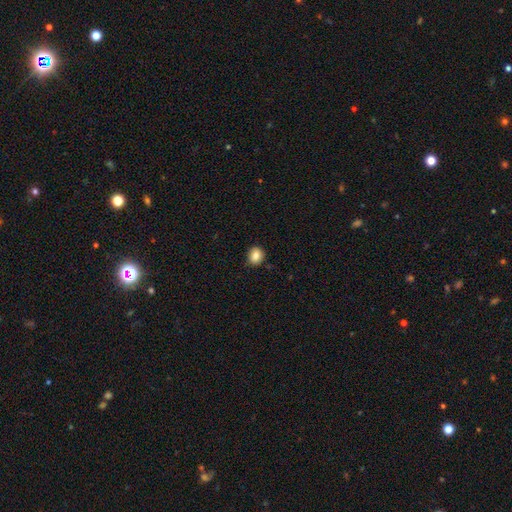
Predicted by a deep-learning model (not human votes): This appears to be a smooth galaxy with no disk features (84%) that is round (70%). Merging: none (85%).